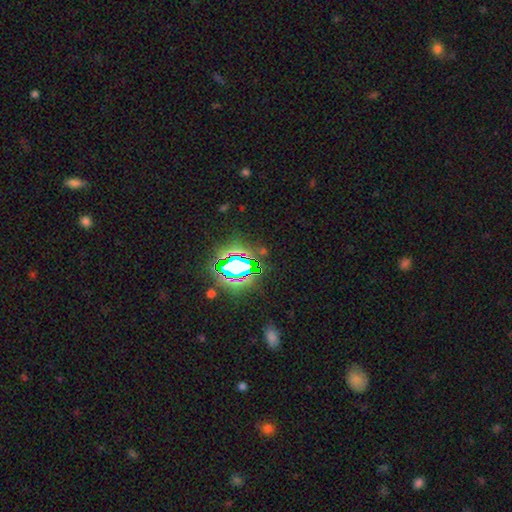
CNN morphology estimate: type=star or artifact (80%).